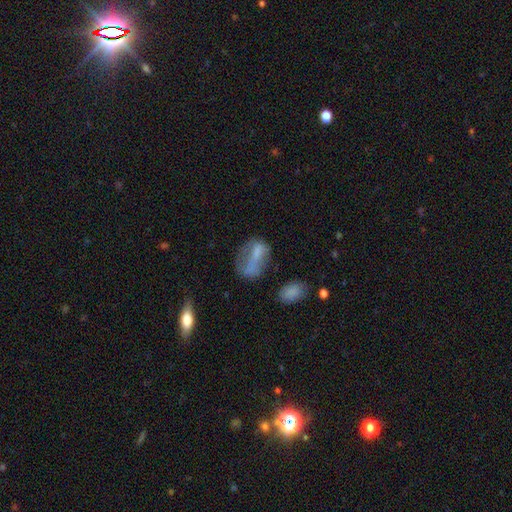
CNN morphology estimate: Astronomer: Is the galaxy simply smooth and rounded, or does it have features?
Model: smooth — 52% (runner-up: featured or disk, 35%).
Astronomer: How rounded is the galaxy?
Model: in between — 75%.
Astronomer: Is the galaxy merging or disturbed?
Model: none — 38% (runner-up: major disturbance, 28%).